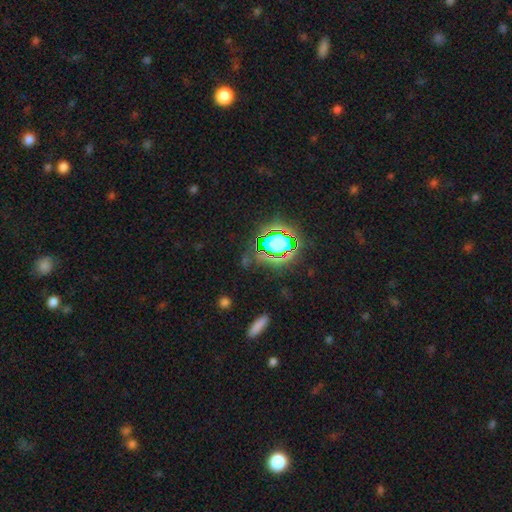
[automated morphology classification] A star or artifact, not a galaxy (75%).